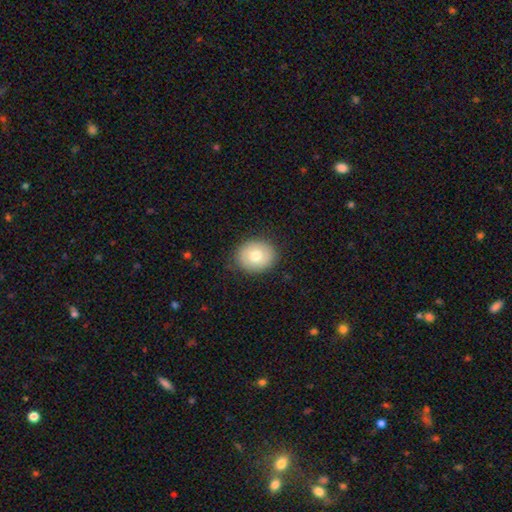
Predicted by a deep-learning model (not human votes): Smooth or featured? Predicted: smooth (p=0.75). How rounded? Predicted: round (p=0.62). Merging? Predicted: none (p=0.87).